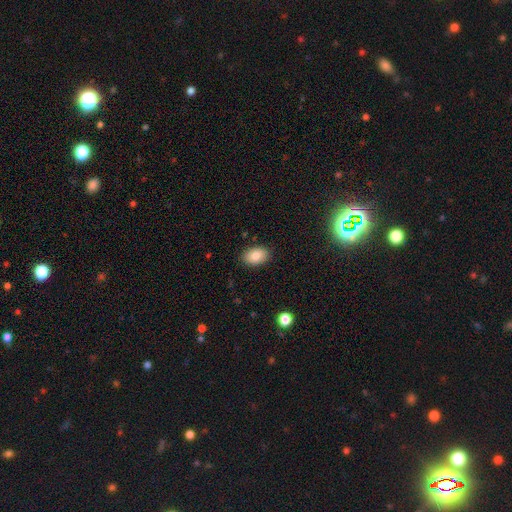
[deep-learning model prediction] A smooth galaxy with no disk features (85%) that is in between round and cigar-shaped (86%).

Vote fractions:
- Smooth or featured? smooth: 85% / star or artifact: 8% / featured or disk: 7%
- How rounded? in between: 86% / round: 13% / cigar-shaped: 1%
- Merging? none: 87% / minor disturbance: 9% / major disturbance: 2% / merger: 1%